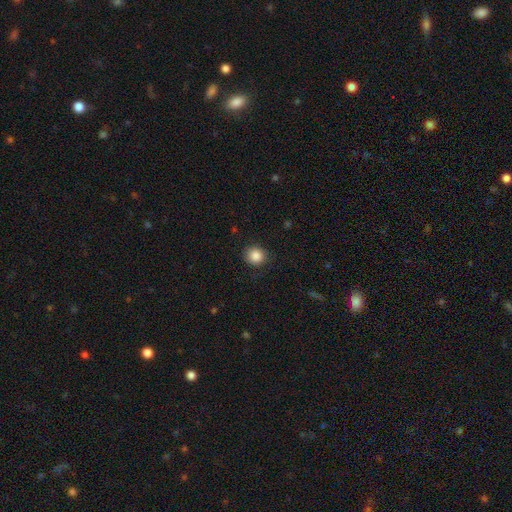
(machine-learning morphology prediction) The model was most divided on "smooth or featured": smooth: 86%, star or artifact: 10%, featured or disk: 4%. More confident: how rounded — round (88%); merging — none (88%).